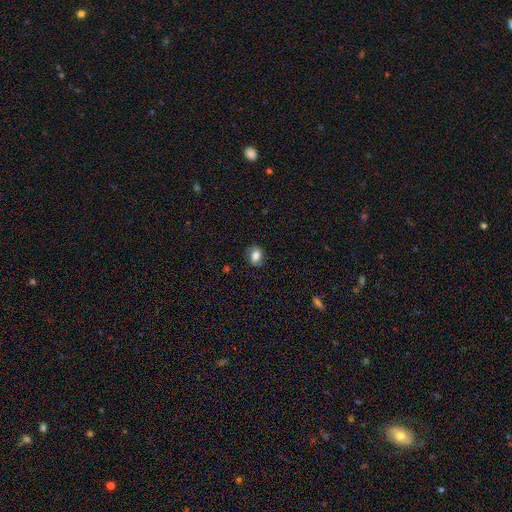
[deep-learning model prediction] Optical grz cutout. It shows a smooth galaxy with no disk features (78%) that is in between round and cigar-shaped (55%). Merging: none (80%).